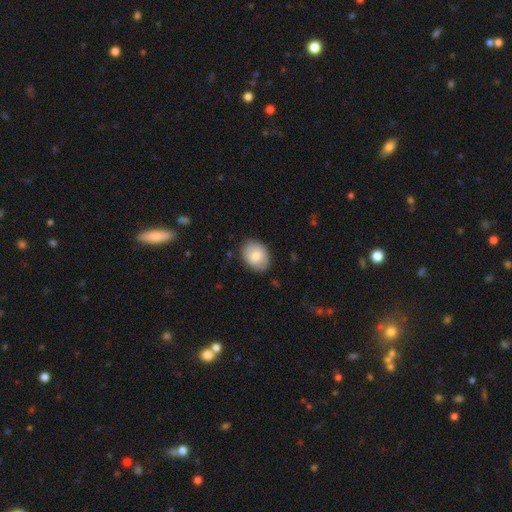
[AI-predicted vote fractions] smooth-or-featured: smooth: 80% | featured or disk: 14% | star or artifact: 6%
  how-rounded: in between: 68% | round: 31% | cigar-shaped: 1%
  merging: none: 84% | minor disturbance: 12% | major disturbance: 3% | merger: 1%